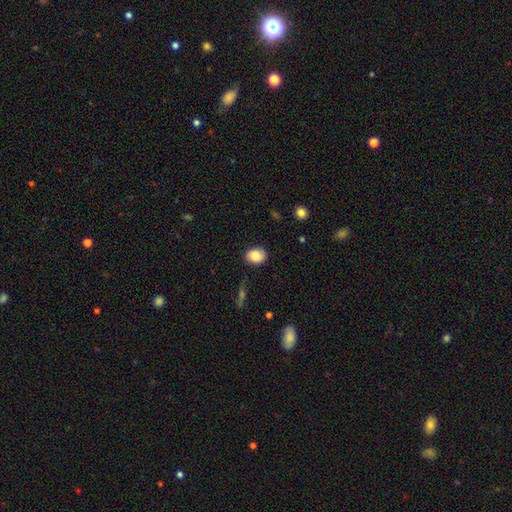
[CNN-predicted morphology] Smooth or featured: smooth — 86% (star or artifact — 8%)
How rounded: in between — 51% (round — 48%)
Merging: none — 83% (minor disturbance — 13%)